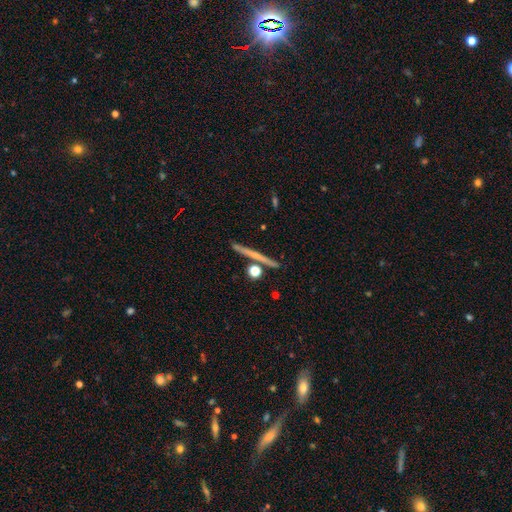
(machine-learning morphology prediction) The model was most divided on "smooth or featured": featured or disk: 54%, smooth: 37%, star or artifact: 8%. More confident: edge-on disk — yes (96%); merging — none (86%); edge-on bulge — none (74%).